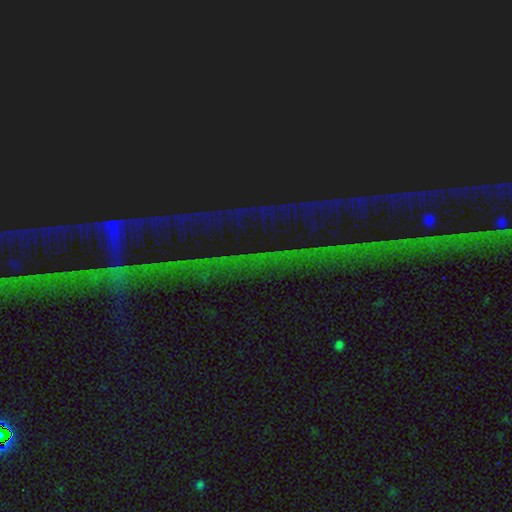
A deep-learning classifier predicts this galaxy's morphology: A star or artifact, not a galaxy (88%).

Vote fractions:
- Smooth or featured? star or artifact: 88% / featured or disk: 7% / smooth: 6%